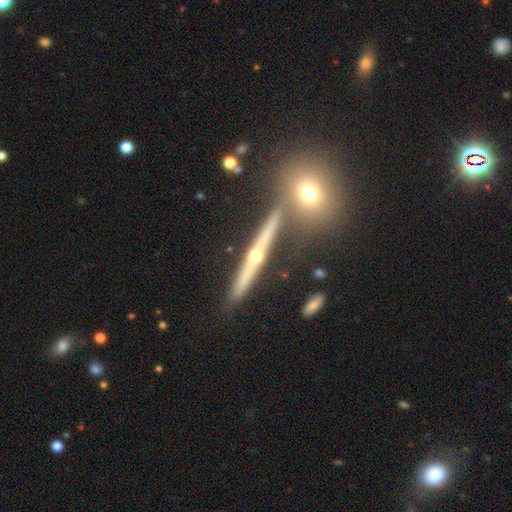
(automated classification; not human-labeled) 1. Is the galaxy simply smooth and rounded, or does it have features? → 75% featured or disk, 16% smooth, 9% star or artifact.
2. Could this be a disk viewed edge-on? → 95% yes, 5% no.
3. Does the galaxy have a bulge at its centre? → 87% rounded, 10% none, 3% boxy.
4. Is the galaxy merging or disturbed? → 82% none, 9% minor disturbance, 7% merger, 3% major disturbance.